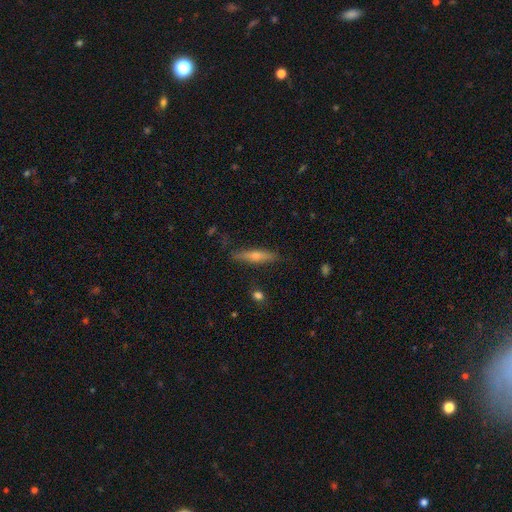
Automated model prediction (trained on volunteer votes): This appears to be a featured or disk galaxy (51%) viewed edge-on (94%). Merging: none (84%).